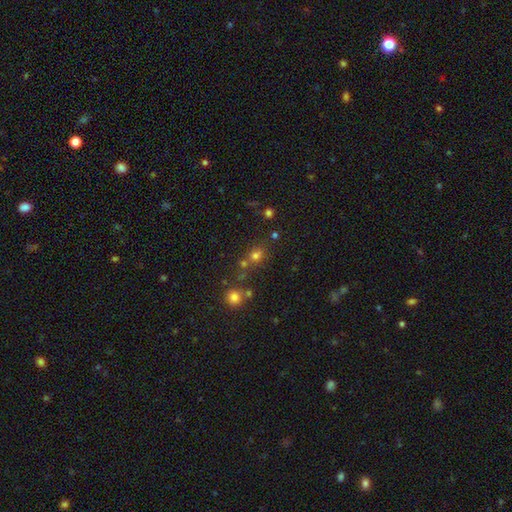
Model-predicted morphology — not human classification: A smooth galaxy with no disk features (68%) that is round (72%).

Vote fractions:
- Smooth or featured? smooth: 68% / star or artifact: 22% / featured or disk: 9%
- How rounded? round: 72% / in between: 26% / cigar-shaped: 1%
- Merging? none: 61% / merger: 23% / minor disturbance: 11% / major disturbance: 5%